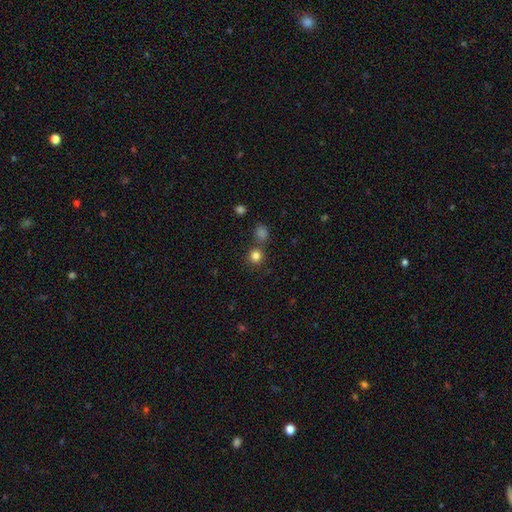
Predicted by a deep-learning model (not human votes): Q: Smooth or featured?
A: smooth (82%); runner-up: star or artifact (14%)
Q: How rounded?
A: round (91%); runner-up: in between (8%)
Q: Merging?
A: none (74%); runner-up: merger (15%)